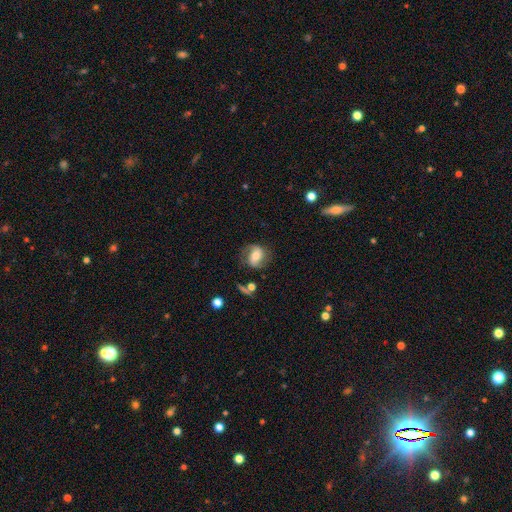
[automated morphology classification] Smooth or featured?
  - featured or disk: 51% *
  - smooth: 40%
  - star or artifact: 9%
Edge-on disk?
  - no: 96% *
  - yes: 4%
Merging?
  - none: 67% *
  - minor disturbance: 19%
  - major disturbance: 11%
  - merger: 3%